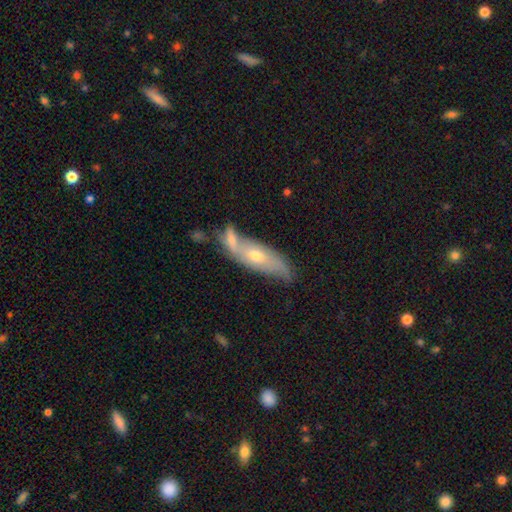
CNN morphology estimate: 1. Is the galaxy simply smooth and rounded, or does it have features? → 57% featured or disk, 34% smooth, 9% star or artifact.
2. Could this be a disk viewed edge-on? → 63% no, 37% yes.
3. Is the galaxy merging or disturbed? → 52% none, 24% merger, 17% minor disturbance, 6% major disturbance.